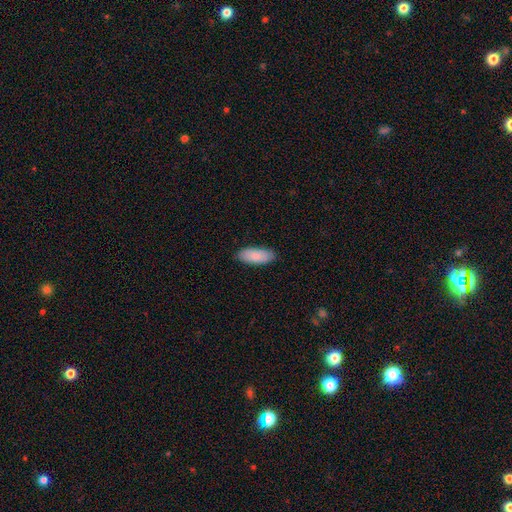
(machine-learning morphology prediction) Q: Smooth or featured?
A: smooth (88%); runner-up: featured or disk (6%)
Q: How rounded?
A: in between (84%); runner-up: cigar-shaped (15%)
Q: Merging?
A: none (87%); runner-up: minor disturbance (10%)